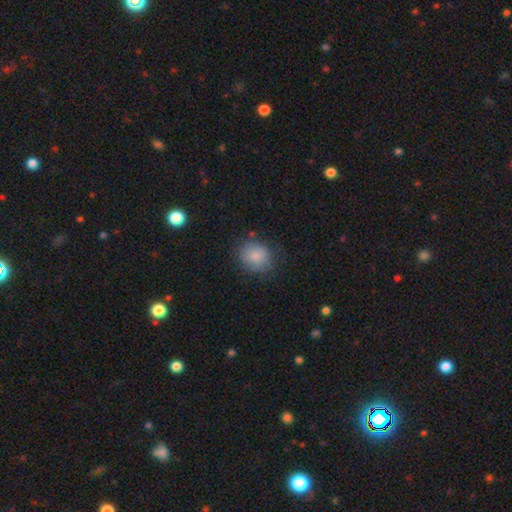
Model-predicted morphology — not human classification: A smooth galaxy with no disk features (82%) that is round (75%).

Vote fractions:
- Smooth or featured? smooth: 82% / featured or disk: 10% / star or artifact: 8%
- How rounded? round: 75% / in between: 24% / cigar-shaped: 1%
- Merging? none: 69% / minor disturbance: 21% / major disturbance: 8% / merger: 2%